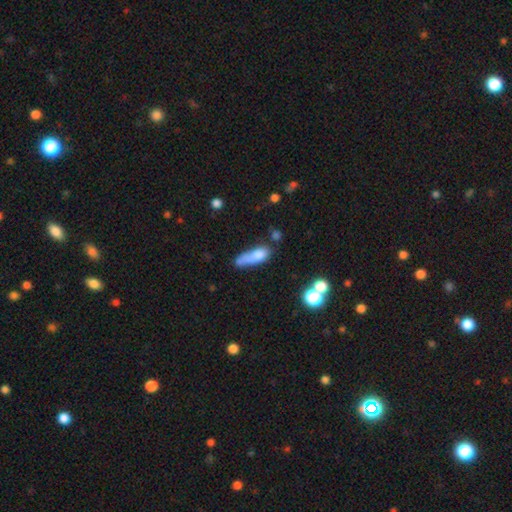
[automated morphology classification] type=smooth (73%); roundness=cigar-shaped (50%); merging=none (33%).